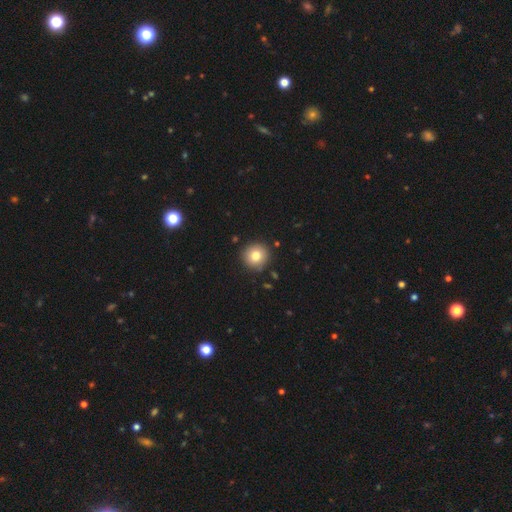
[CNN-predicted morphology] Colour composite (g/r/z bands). It shows a smooth galaxy with no disk features (79%) that is round (94%). Merging: none (90%).